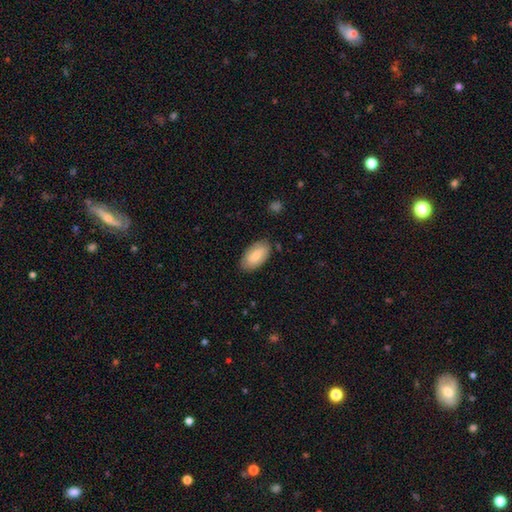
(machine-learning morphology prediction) Overall: smooth (80%). How rounded: in between (95%). Merging: none (82%).